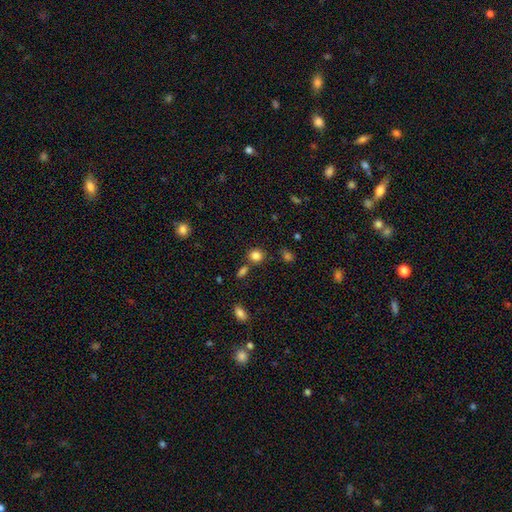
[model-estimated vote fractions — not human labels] smooth 84%, star or artifact 11%, featured or disk 5%. Down the decision tree: how rounded — round (76%); merging — none (75%).